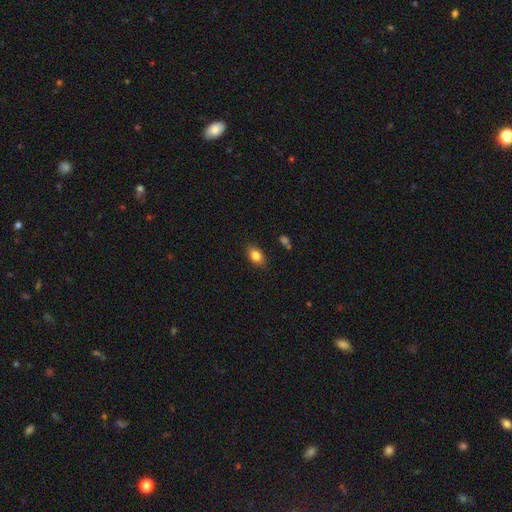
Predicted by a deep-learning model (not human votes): Smooth or featured? Predicted: smooth (p=0.82). How rounded? Predicted: in between (p=0.83). Merging? Predicted: none (p=0.84).